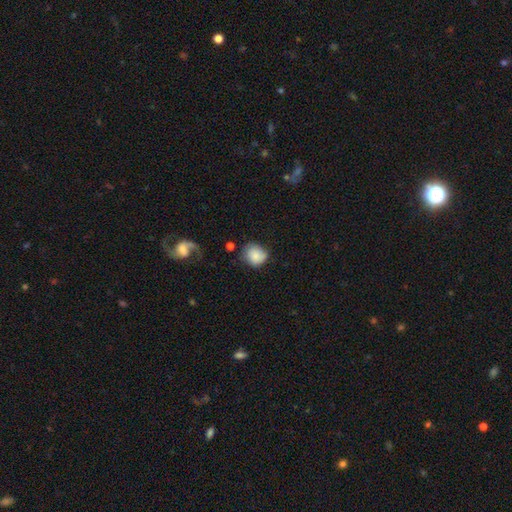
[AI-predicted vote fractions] Smooth or featured? Predicted: smooth (p=0.81). How rounded? Predicted: round (p=0.75). Merging? Predicted: none (p=0.59).